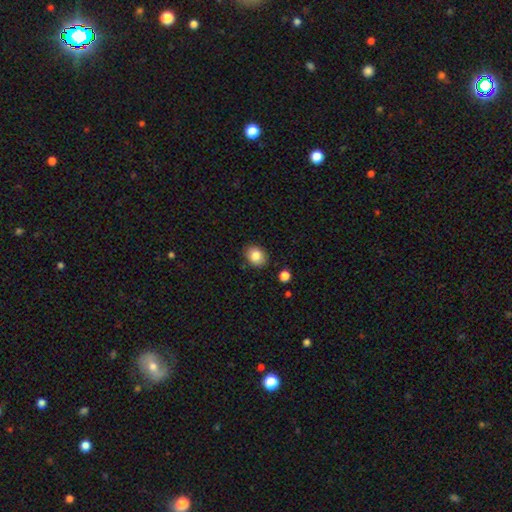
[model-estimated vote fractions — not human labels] The model was most divided on "how rounded": in between: 55%, round: 44%, cigar-shaped: 1%. More confident: merging — none (86%); smooth or featured — smooth (84%).